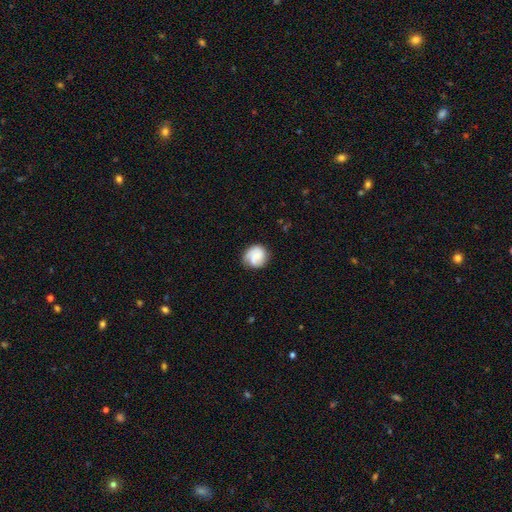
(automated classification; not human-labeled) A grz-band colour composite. It shows a smooth galaxy with no disk features (57%) that is round (78%). Merging: none (66%).